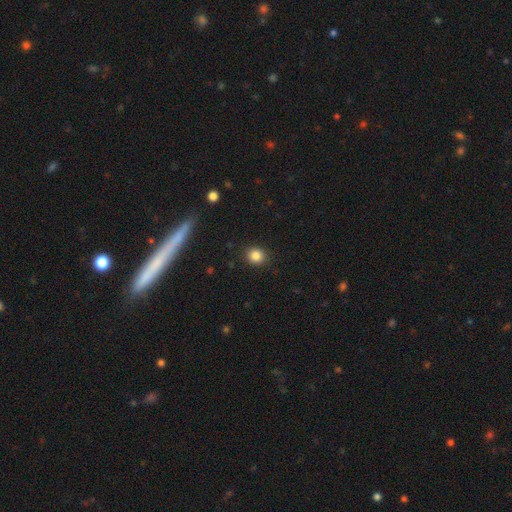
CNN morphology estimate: Smooth or featured? Predicted: smooth (p=0.85). How rounded? Predicted: round (p=0.85). Merging? Predicted: none (p=0.90).